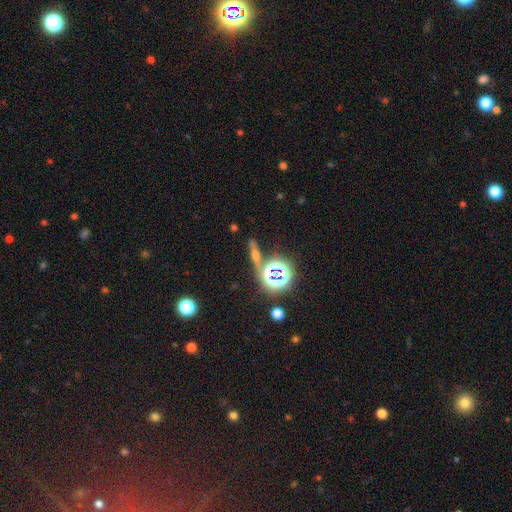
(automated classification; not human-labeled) A star or artifact, not a galaxy (37%).